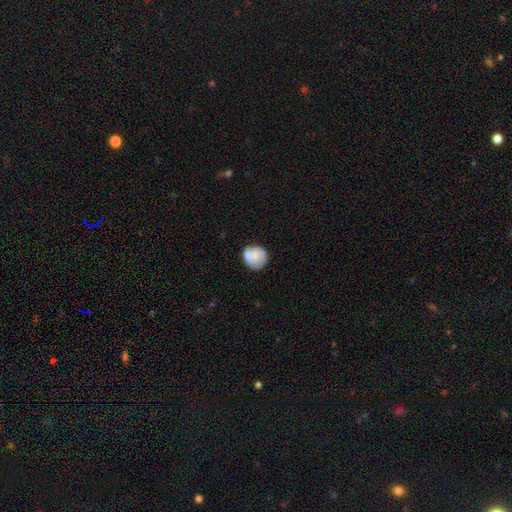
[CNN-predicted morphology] Q: Smooth or featured?
A: smooth (61%); runner-up: featured or disk (32%)
Q: How rounded?
A: round (81%); runner-up: in between (18%)
Q: Merging?
A: none (61%); runner-up: minor disturbance (23%)